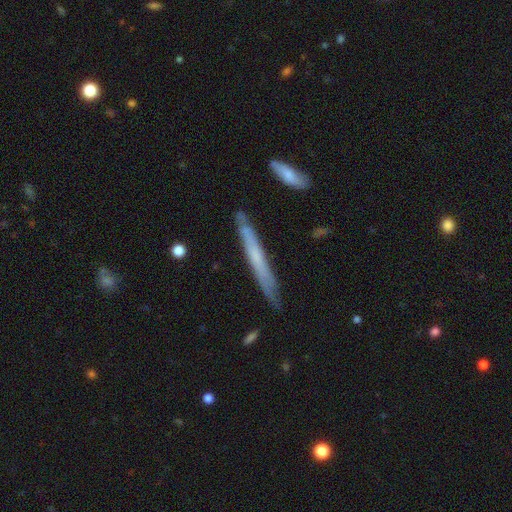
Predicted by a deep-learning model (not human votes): Morphology: type=featured or disk (48%); merging=none (79%).